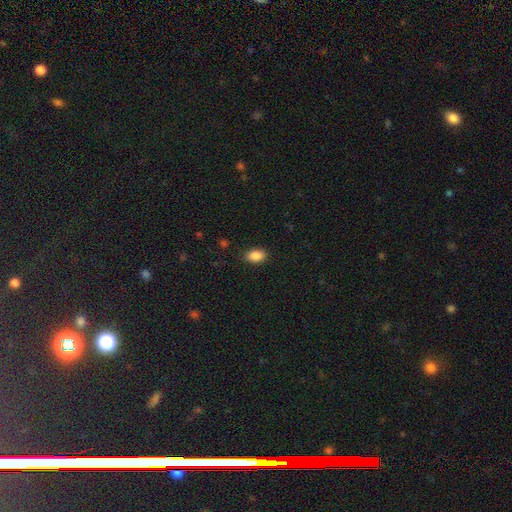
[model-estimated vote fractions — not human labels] A smooth galaxy with no disk features (88%) that is in between round and cigar-shaped (88%).

Vote fractions:
- Smooth or featured? smooth: 88% / star or artifact: 8% / featured or disk: 4%
- How rounded? in between: 88% / round: 10% / cigar-shaped: 2%
- Merging? none: 86% / minor disturbance: 10% / major disturbance: 2% / merger: 1%